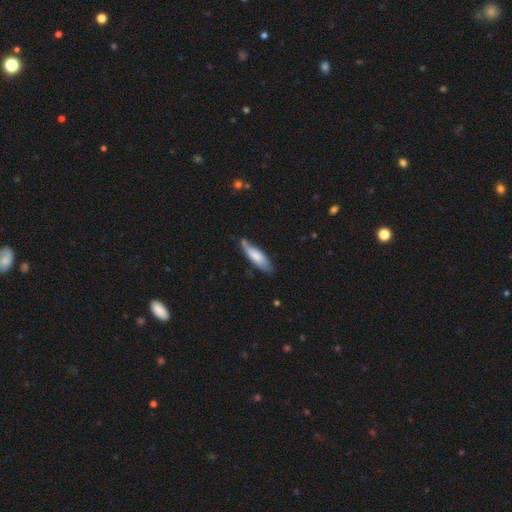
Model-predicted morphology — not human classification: Smooth or featured? smooth (72%)
How rounded? cigar-shaped (57%)
Merging? none (64%)